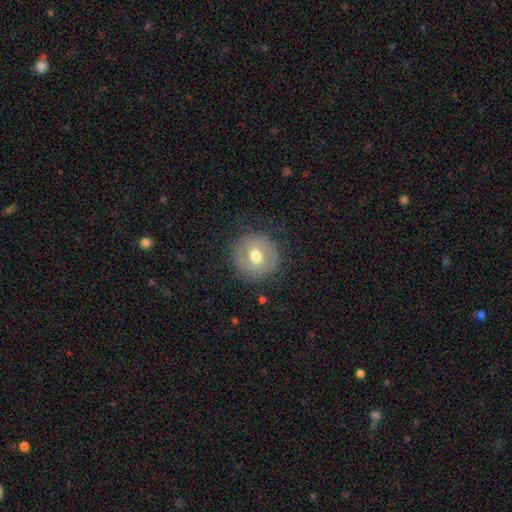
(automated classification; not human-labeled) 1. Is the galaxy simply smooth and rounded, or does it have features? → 56% smooth, 35% featured or disk, 9% star or artifact.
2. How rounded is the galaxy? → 93% round, 6% in between, 1% cigar-shaped.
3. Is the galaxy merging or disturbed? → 84% none, 10% minor disturbance, 5% major disturbance, 1% merger.